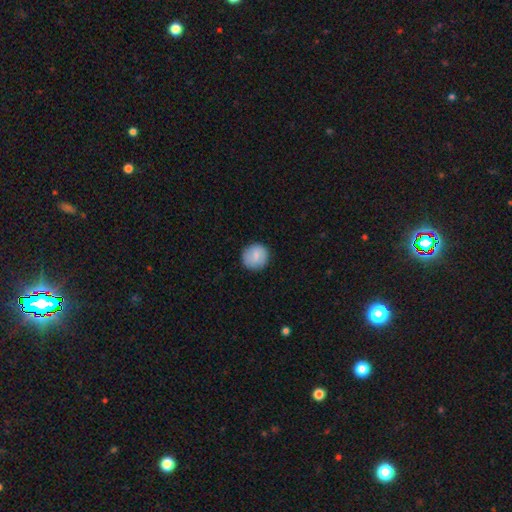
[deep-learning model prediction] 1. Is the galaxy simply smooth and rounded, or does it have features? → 79% smooth, 14% featured or disk, 7% star or artifact.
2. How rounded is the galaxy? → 92% round, 7% in between, 1% cigar-shaped.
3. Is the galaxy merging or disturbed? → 87% none, 9% minor disturbance, 2% major disturbance, 1% merger.